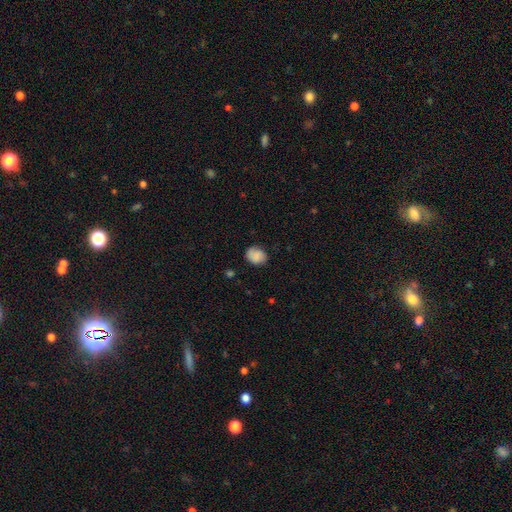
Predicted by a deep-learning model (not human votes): The model was most divided on "how rounded": round: 58%, in between: 42%, cigar-shaped: 1%. More confident: smooth or featured — smooth (79%); merging — none (72%).